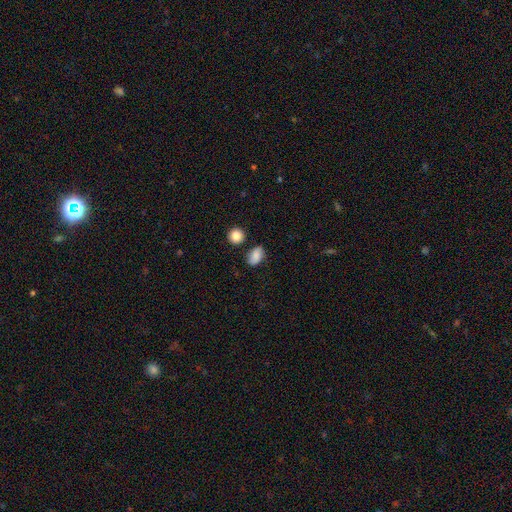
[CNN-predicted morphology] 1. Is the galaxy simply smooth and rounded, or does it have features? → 81% smooth, 10% featured or disk, 9% star or artifact.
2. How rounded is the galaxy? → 78% in between, 20% round, 2% cigar-shaped.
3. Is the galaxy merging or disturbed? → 75% none, 17% minor disturbance, 4% merger, 4% major disturbance.